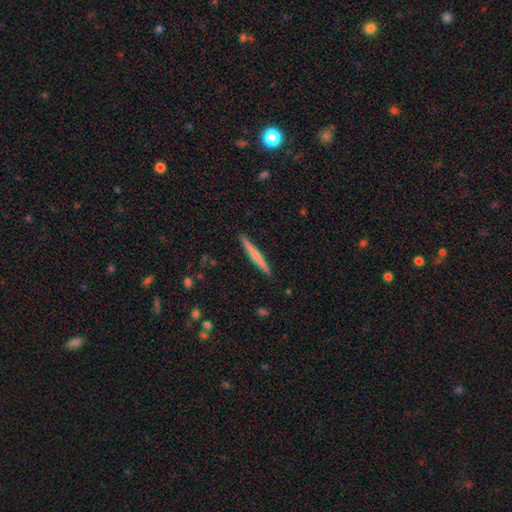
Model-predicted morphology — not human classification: smooth-or-featured: smooth: 50% | featured or disk: 44% | star or artifact: 5%
  how-rounded: cigar-shaped: 96% | in between: 3% | round: 1%
  merging: none: 92% | minor disturbance: 6% | major disturbance: 1% | merger: 1%